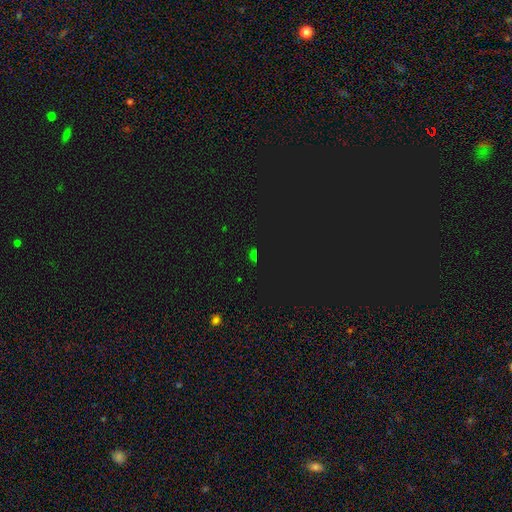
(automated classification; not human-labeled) The model was most divided on "smooth or featured": star or artifact: 63%, smooth: 29%, featured or disk: 8%.